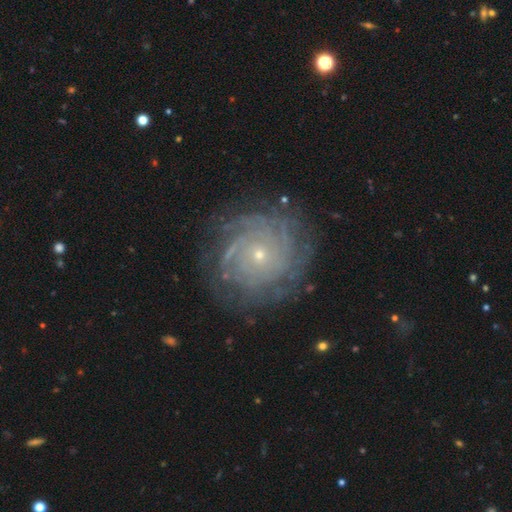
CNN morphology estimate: Smooth or featured? Predicted: featured or disk (p=0.85). Edge-on disk? Predicted: no (p=0.97). Bar? Predicted: no (p=0.83). Spiral arms? Predicted: yes (p=0.97). Spiral winding? Predicted: tight (p=0.83). Spiral arm count? Predicted: can't tell (p=0.29). Bulge size? Predicted: small (p=0.79). Merging? Predicted: none (p=0.83).